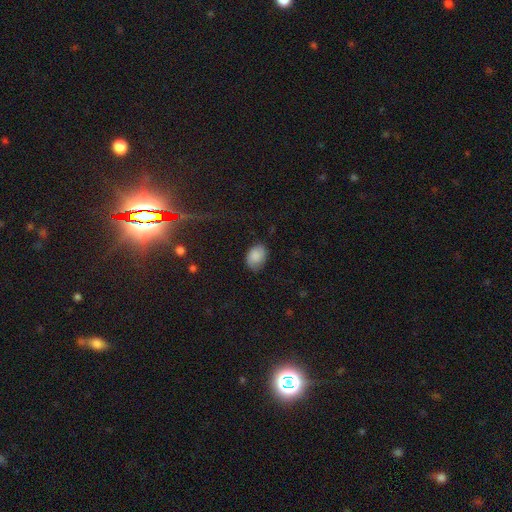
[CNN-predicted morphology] type=smooth (84%); roundness=in between (78%); merging=none (76%).